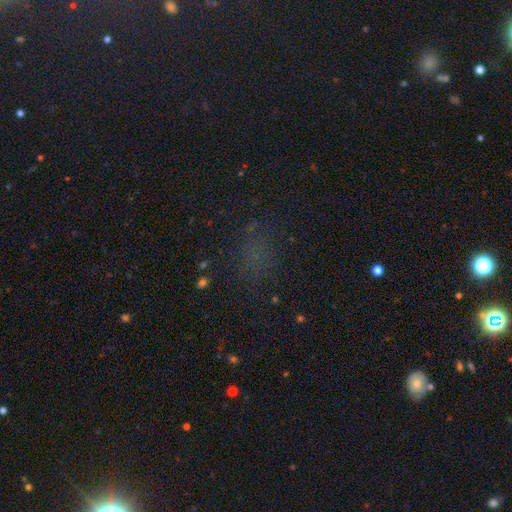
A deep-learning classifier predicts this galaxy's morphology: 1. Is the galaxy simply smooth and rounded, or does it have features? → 47% smooth, 42% star or artifact, 11% featured or disk.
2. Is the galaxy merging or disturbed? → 70% none, 16% minor disturbance, 12% major disturbance, 3% merger.